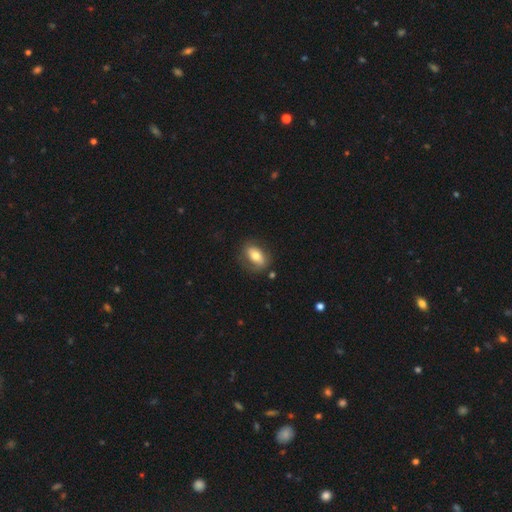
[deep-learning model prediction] A smooth galaxy with no disk features (65%) that is in between round and cigar-shaped (85%).

Vote fractions:
- Smooth or featured? smooth: 65% / featured or disk: 28% / star or artifact: 7%
- How rounded? in between: 85% / round: 11% / cigar-shaped: 4%
- Merging? none: 72% / minor disturbance: 18% / major disturbance: 8% / merger: 2%